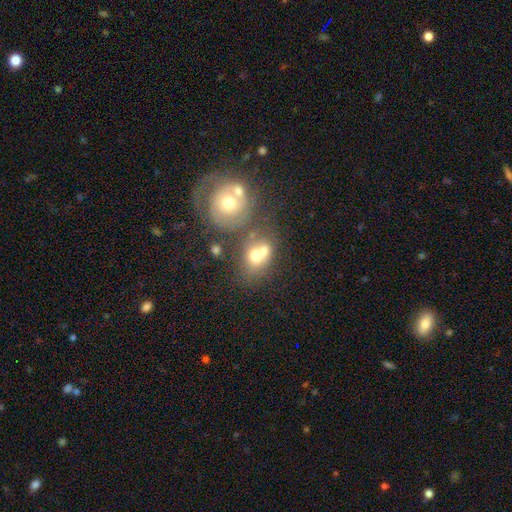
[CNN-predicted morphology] type=smooth (63%); roundness=round (58%); merging=merger (52%).